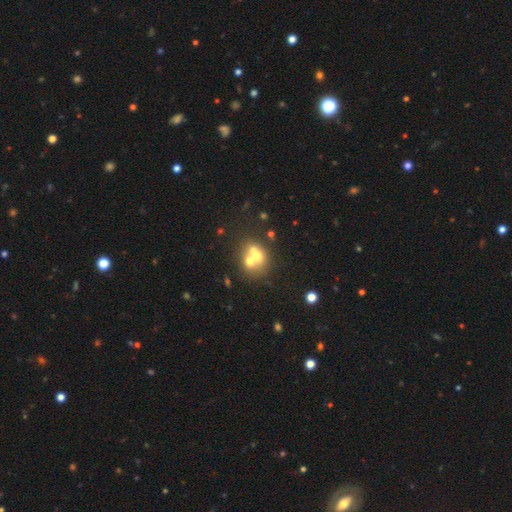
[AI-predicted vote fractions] Q: Smooth or featured?
A: smooth (53%); runner-up: featured or disk (34%)
Q: How rounded?
A: round (70%); runner-up: in between (29%)
Q: Merging?
A: merger (59%); runner-up: none (29%)